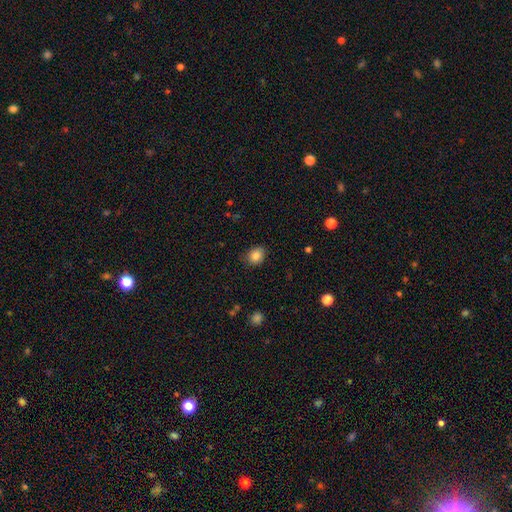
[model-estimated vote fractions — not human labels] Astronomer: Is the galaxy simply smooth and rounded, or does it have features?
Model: smooth — 85%.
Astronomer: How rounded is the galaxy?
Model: round — 56% (runner-up: in between, 43%).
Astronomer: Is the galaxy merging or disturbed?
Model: none — 84%.